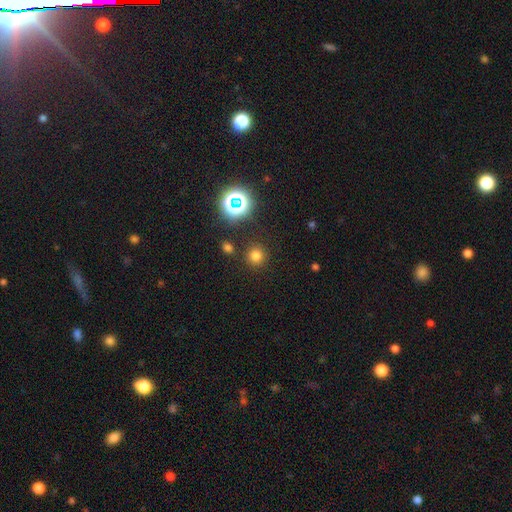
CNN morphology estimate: Overall: smooth (72%). How rounded: round (93%). Merging: none (87%).